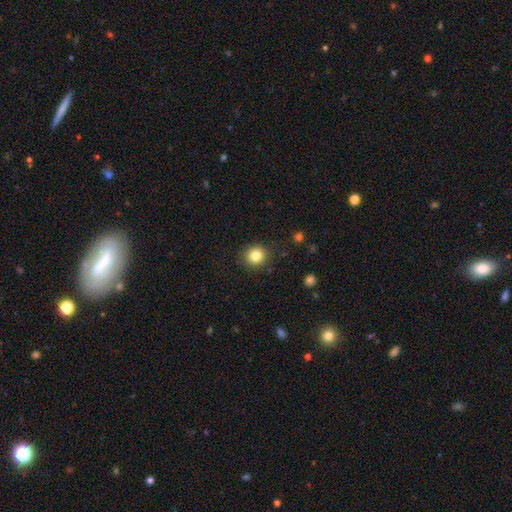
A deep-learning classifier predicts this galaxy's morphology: Q: Smooth or featured?
A: smooth (82%); runner-up: star or artifact (11%)
Q: How rounded?
A: round (90%); runner-up: in between (9%)
Q: Merging?
A: none (89%); runner-up: minor disturbance (7%)